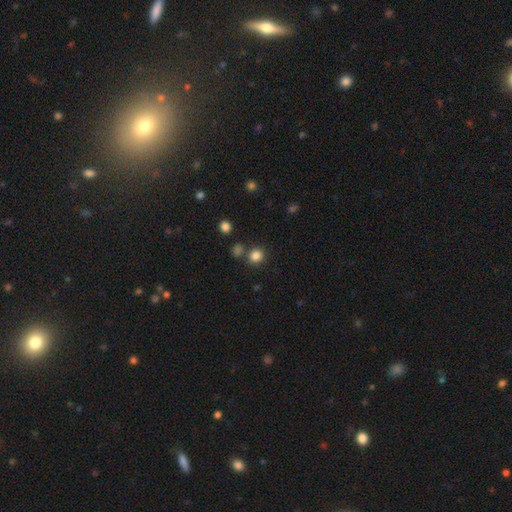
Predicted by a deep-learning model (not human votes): The model was most divided on "merging": none: 78%, merger: 11%, minor disturbance: 8%, major disturbance: 3%. More confident: how rounded — round (85%); smooth or featured — smooth (83%).